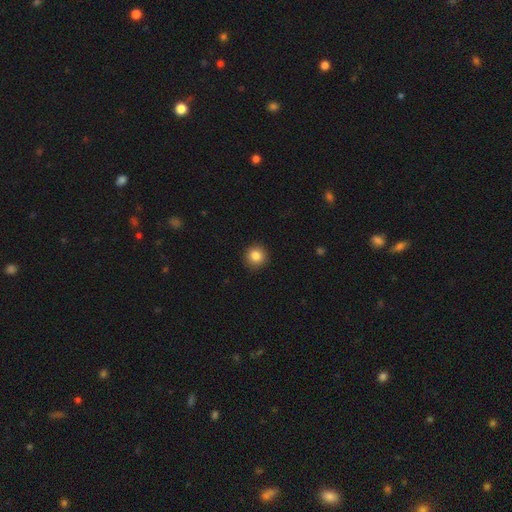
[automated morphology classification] Q: Smooth or featured?
A: smooth (84%); runner-up: star or artifact (10%)
Q: How rounded?
A: round (94%); runner-up: in between (5%)
Q: Merging?
A: none (92%); runner-up: minor disturbance (5%)